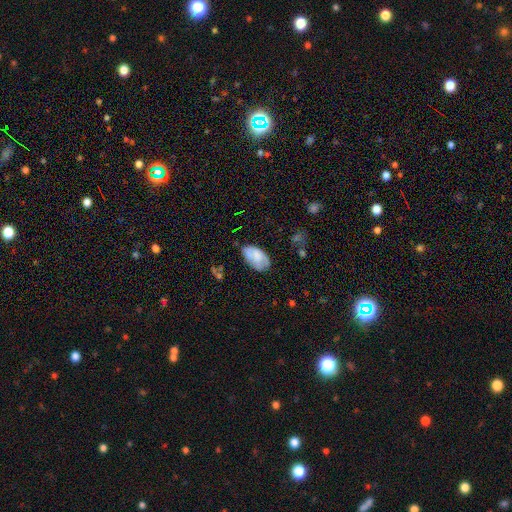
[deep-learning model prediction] Smooth or featured?
  - smooth: 65% *
  - featured or disk: 26%
  - star or artifact: 8%
How rounded?
  - in between: 94% *
  - round: 4%
  - cigar-shaped: 2%
Merging?
  - none: 61% *
  - minor disturbance: 27%
  - major disturbance: 9%
  - merger: 3%